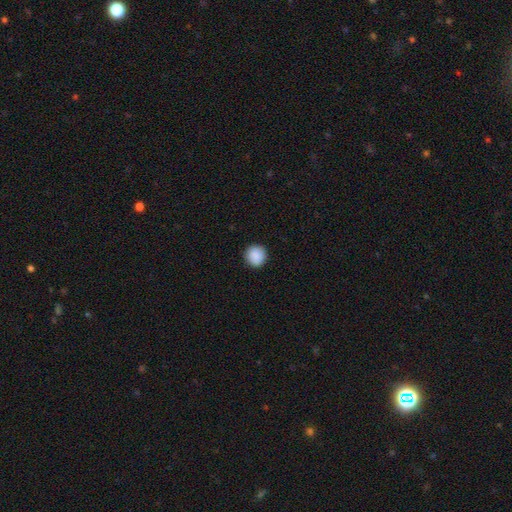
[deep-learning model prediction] smooth_or_featured: smooth (p=0.90) [alt: star or artifact p=0.08]
how_rounded: round (p=0.93) [alt: in between p=0.06]
merging: none (p=0.92) [alt: minor disturbance p=0.05]